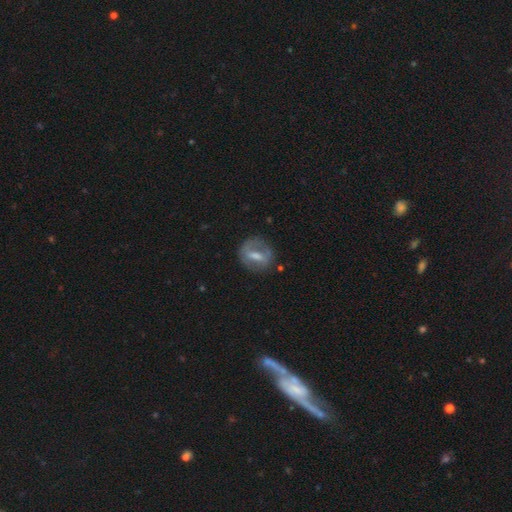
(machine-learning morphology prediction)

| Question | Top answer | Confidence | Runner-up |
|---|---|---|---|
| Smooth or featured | featured or disk | 50% | smooth (42%) |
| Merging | none | 68% | minor disturbance (19%) |